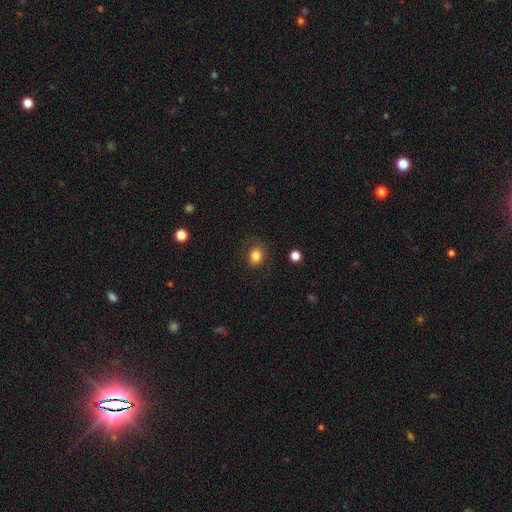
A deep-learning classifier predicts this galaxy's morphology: Smooth or featured?
  - smooth: 82% *
  - star or artifact: 10%
  - featured or disk: 7%
How rounded?
  - round: 60% *
  - in between: 39%
  - cigar-shaped: 1%
Merging?
  - none: 77% *
  - minor disturbance: 15%
  - major disturbance: 7%
  - merger: 1%